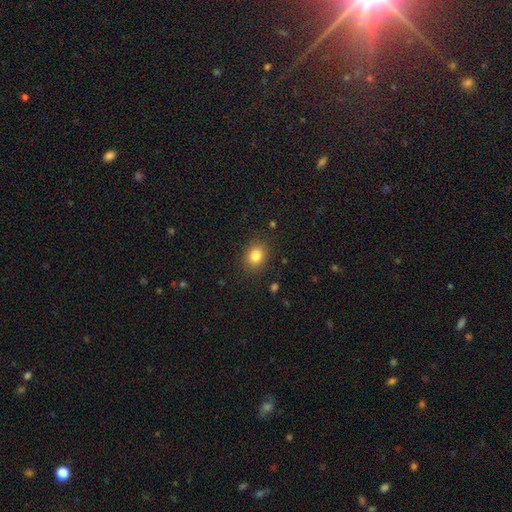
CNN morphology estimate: Smooth or featured?
  - smooth: 83% *
  - star or artifact: 10%
  - featured or disk: 7%
How rounded?
  - round: 54% *
  - in between: 45%
  - cigar-shaped: 1%
Merging?
  - none: 86% *
  - minor disturbance: 10%
  - major disturbance: 3%
  - merger: 1%